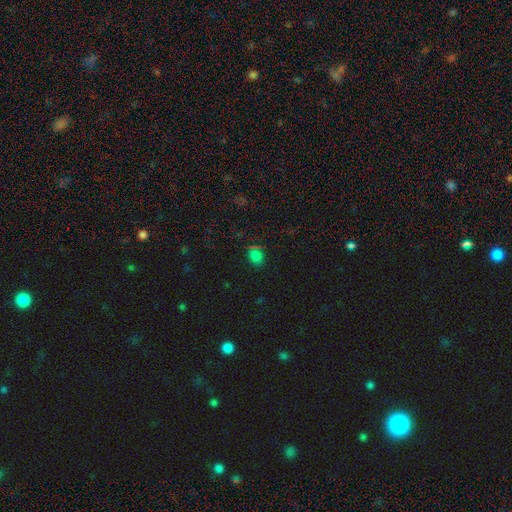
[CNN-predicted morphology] smooth-or-featured: smooth: 66% | star or artifact: 29% | featured or disk: 5%
  how-rounded: round: 63% | in between: 35% | cigar-shaped: 1%
  merging: none: 81% | minor disturbance: 13% | major disturbance: 4% | merger: 2%